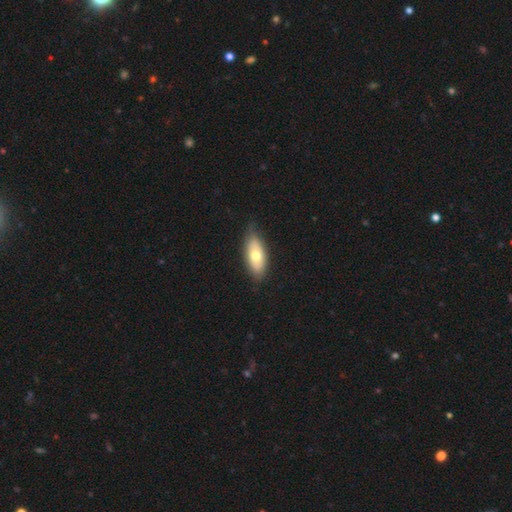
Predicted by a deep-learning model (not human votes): smooth 66%, featured or disk 28%, star or artifact 6%. Down the decision tree: how rounded — in between (86%); merging — none (78%).